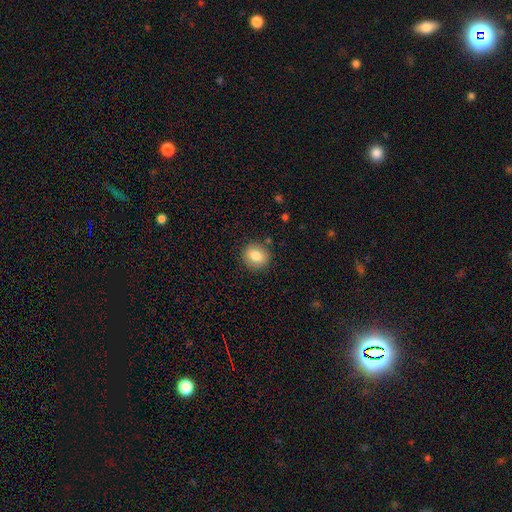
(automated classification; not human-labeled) Smooth or featured?
  - smooth: 80% *
  - featured or disk: 11%
  - star or artifact: 9%
How rounded?
  - round: 75% *
  - in between: 24%
  - cigar-shaped: 1%
Merging?
  - none: 87% *
  - minor disturbance: 9%
  - major disturbance: 2%
  - merger: 2%